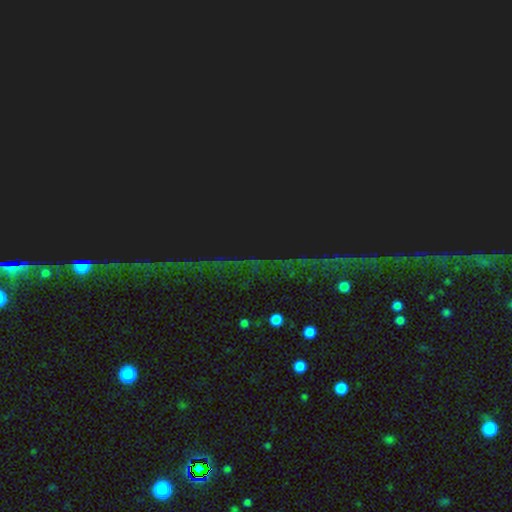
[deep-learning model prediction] The model was most divided on "smooth or featured": star or artifact: 82%, smooth: 10%, featured or disk: 8%.